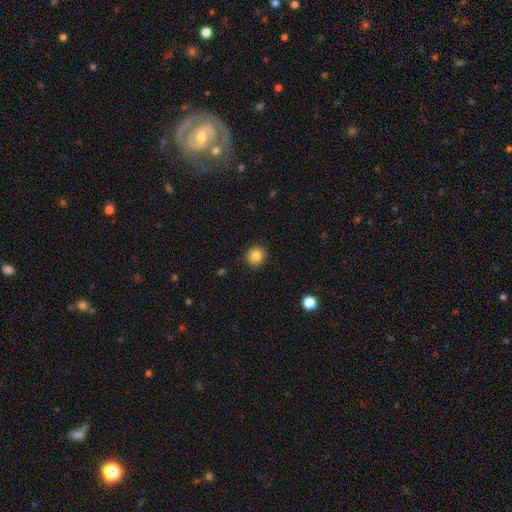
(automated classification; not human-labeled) Morphology: type=smooth (84%); roundness=round (89%); merging=none (91%).